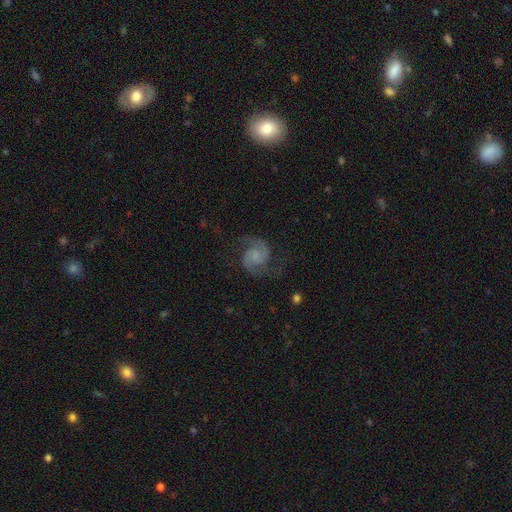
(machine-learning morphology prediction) Smooth or featured: featured or disk — 87% (smooth — 6%)
Edge-on disk: no — 98% (yes — 2%)
Bar: no — 60% (weak — 34%)
Spiral arms: yes — 98% (no — 2%)
Spiral winding: medium — 56% (loose — 23%)
Spiral arm count: 2 — 94% (can't tell — 2%)
Bulge size: none — 45% (small — 33%)
Merging: none — 77% (minor disturbance — 14%)